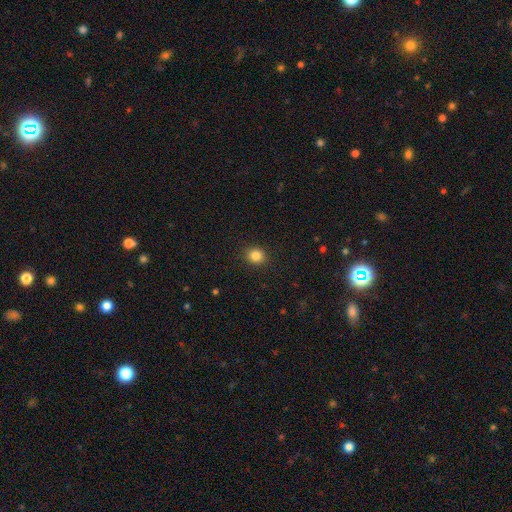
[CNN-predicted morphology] smooth 84%, star or artifact 11%, featured or disk 5%. Down the decision tree: how rounded — round (79%); merging — none (91%).